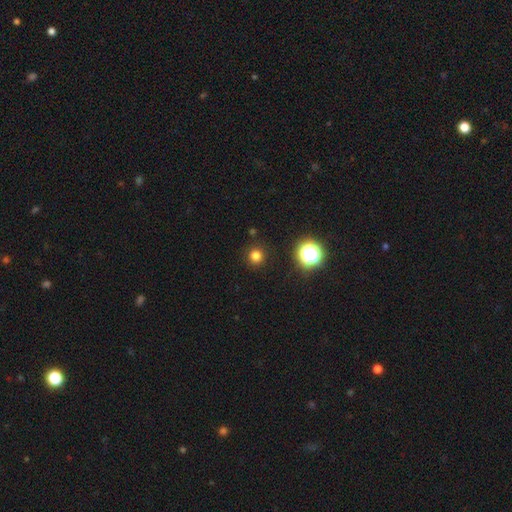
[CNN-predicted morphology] smooth_or_featured: smooth (p=0.78) [alt: star or artifact p=0.17]
how_rounded: round (p=0.95) [alt: in between p=0.04]
merging: none (p=0.92) [alt: minor disturbance p=0.05]